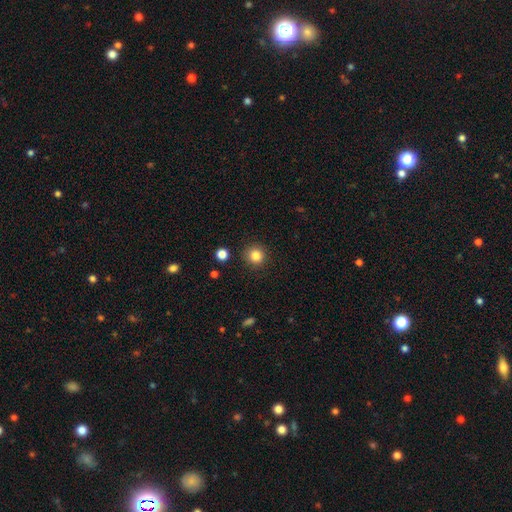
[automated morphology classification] smooth-or-featured: smooth: 84% | star or artifact: 11% | featured or disk: 5%
  how-rounded: round: 94% | in between: 5% | cigar-shaped: 1%
  merging: none: 91% | minor disturbance: 6% | major disturbance: 2% | merger: 1%